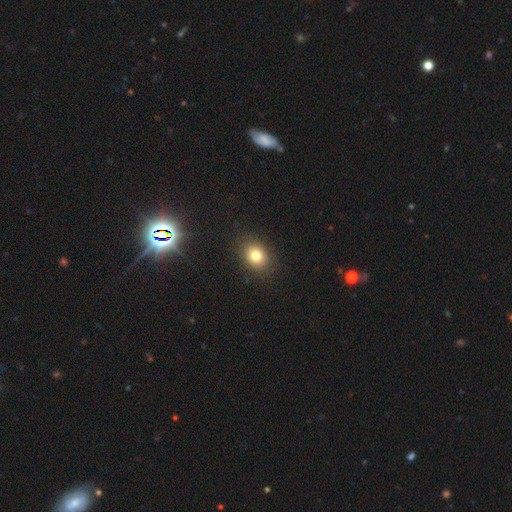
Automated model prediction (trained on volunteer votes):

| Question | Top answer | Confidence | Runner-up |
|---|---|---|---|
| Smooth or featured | smooth | 79% | star or artifact (12%) |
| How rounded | round | 52% | in between (47%) |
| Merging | none | 87% | minor disturbance (9%) |